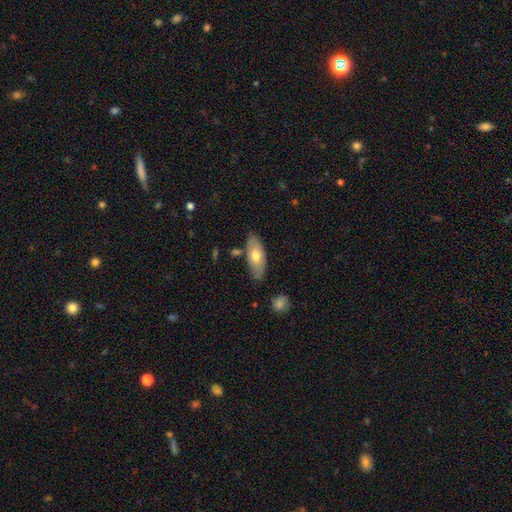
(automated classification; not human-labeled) The model was most divided on "smooth or featured": smooth: 66%, featured or disk: 29%, star or artifact: 6%. More confident: how rounded — in between (85%); merging — none (76%).